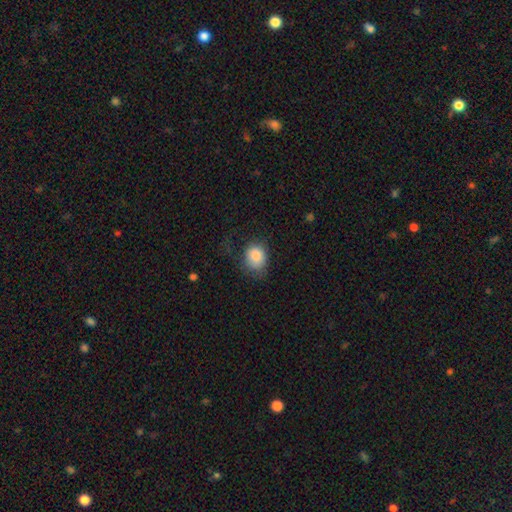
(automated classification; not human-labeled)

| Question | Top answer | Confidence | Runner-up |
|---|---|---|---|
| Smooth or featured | smooth | 83% | featured or disk (8%) |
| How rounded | round | 63% | in between (37%) |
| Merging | none | 55% | minor disturbance (25%) |